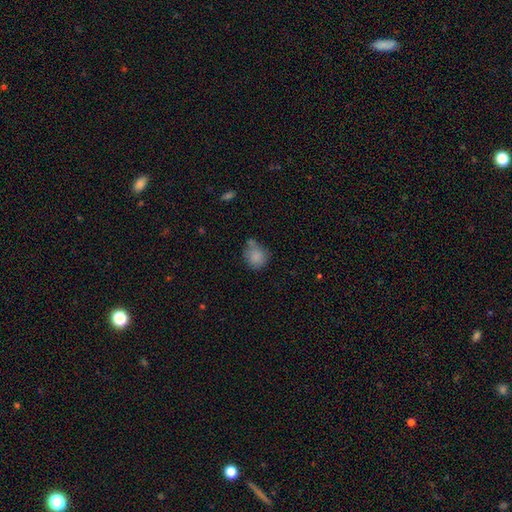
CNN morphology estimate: Smooth or featured? Predicted: smooth (p=0.83). How rounded? Predicted: round (p=0.76). Merging? Predicted: none (p=0.52).